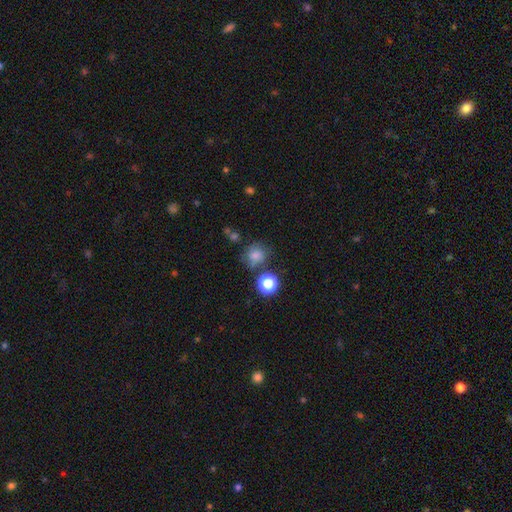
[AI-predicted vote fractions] A smooth galaxy with no disk features (72%) that is round (80%). Merging: none (61%).